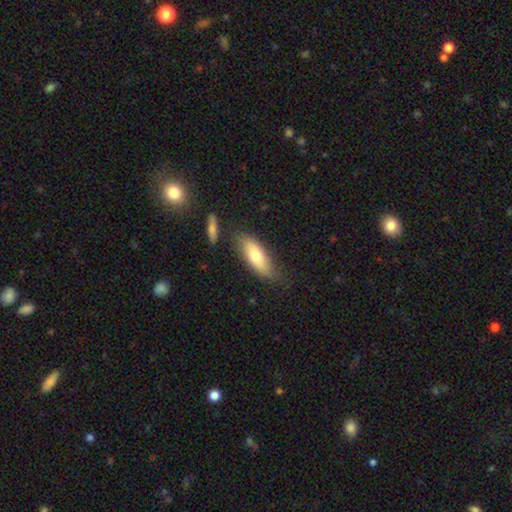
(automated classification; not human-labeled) Overall: smooth (67%; featured or disk 27%). How rounded: in between (69%). Merging: none (71%).